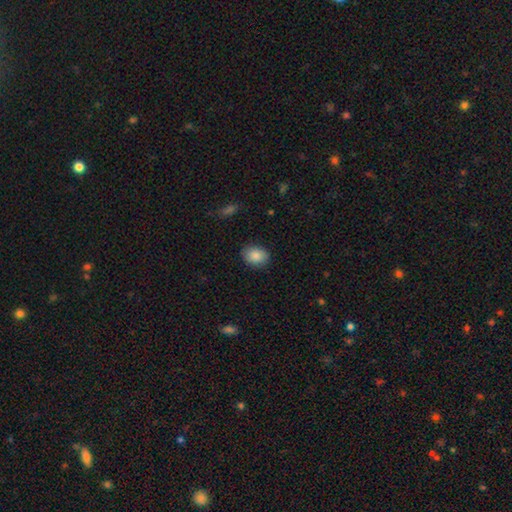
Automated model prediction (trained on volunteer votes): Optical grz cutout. It shows a smooth galaxy with no disk features (87%) that is in between round and cigar-shaped (66%). Merging: none (87%).